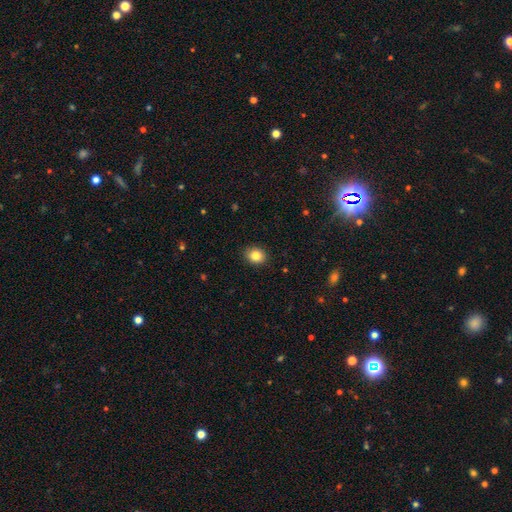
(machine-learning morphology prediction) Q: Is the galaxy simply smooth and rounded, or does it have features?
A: smooth — 84%.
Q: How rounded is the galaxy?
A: round — 58%.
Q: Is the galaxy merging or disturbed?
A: none — 89%.